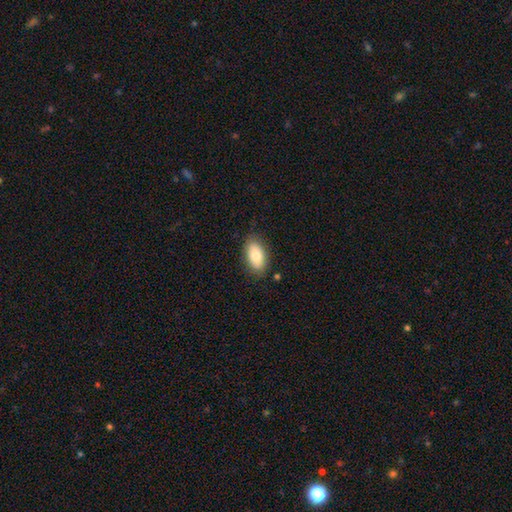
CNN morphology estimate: The model was most divided on "smooth or featured": smooth: 79%, featured or disk: 14%, star or artifact: 7%. More confident: how rounded — in between (93%); merging — none (83%).